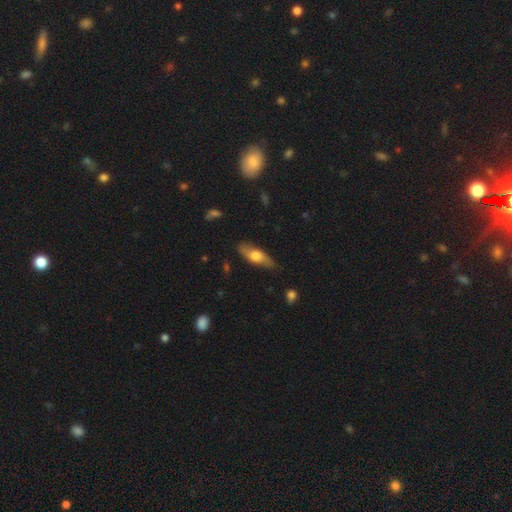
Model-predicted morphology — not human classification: smooth-or-featured: smooth: 54% | featured or disk: 40% | star or artifact: 6%
  how-rounded: in between: 57% | cigar-shaped: 40% | round: 3%
  merging: none: 79% | minor disturbance: 17% | major disturbance: 3% | merger: 2%